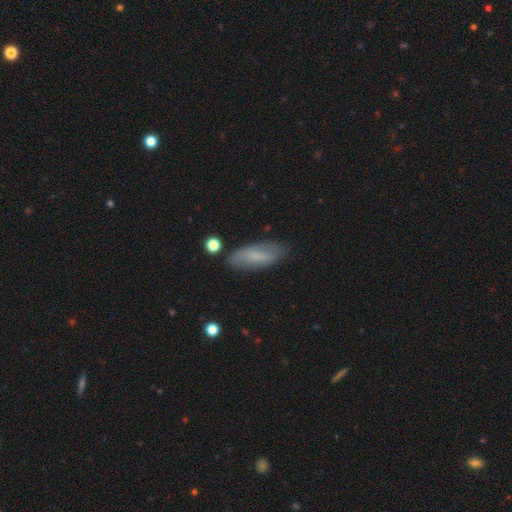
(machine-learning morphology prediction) Smooth or featured? smooth (69%)
How rounded? in between (67%)
Merging? none (78%)